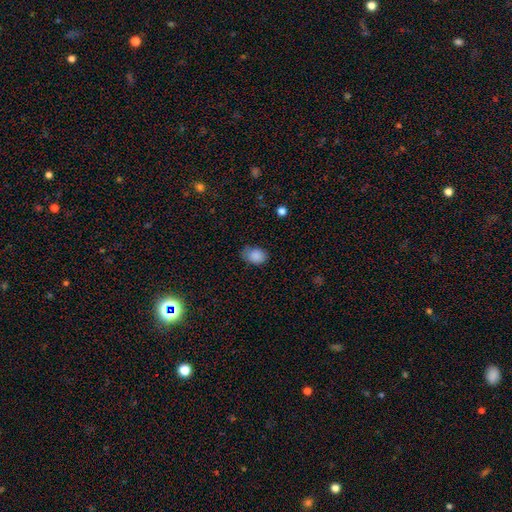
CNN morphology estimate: Overall: smooth (86%). How rounded: in between (72%). Merging: none (61%; minor disturbance 31%).